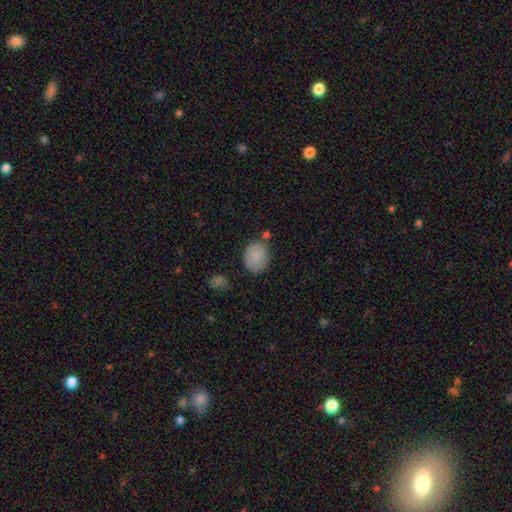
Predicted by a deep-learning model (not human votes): Overall: smooth (84%). How rounded: round (52%; in between 47%). Merging: none (72%).